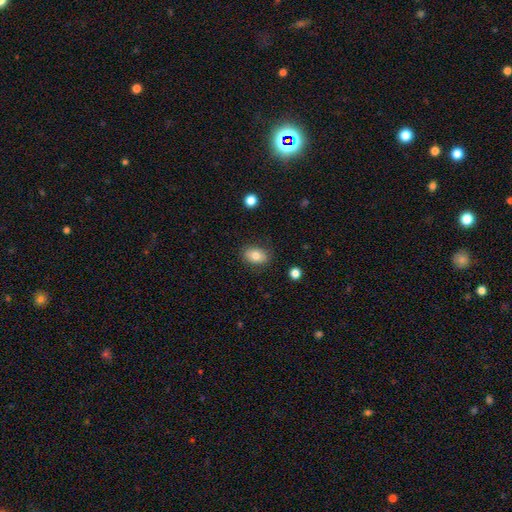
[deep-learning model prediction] A smooth galaxy with no disk features (80%) that is in between round and cigar-shaped (83%).

Vote fractions:
- Smooth or featured? smooth: 80% / featured or disk: 12% / star or artifact: 8%
- How rounded? in between: 83% / round: 15% / cigar-shaped: 2%
- Merging? none: 84% / minor disturbance: 11% / major disturbance: 3% / merger: 1%